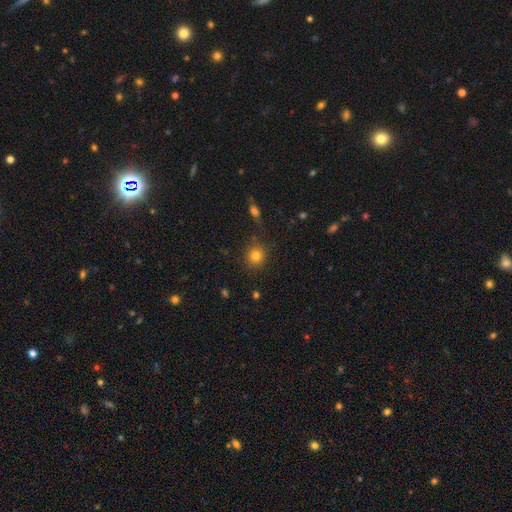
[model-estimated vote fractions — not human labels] This appears to be a smooth galaxy with no disk features (80%) that is round (87%). Merging: none (84%).